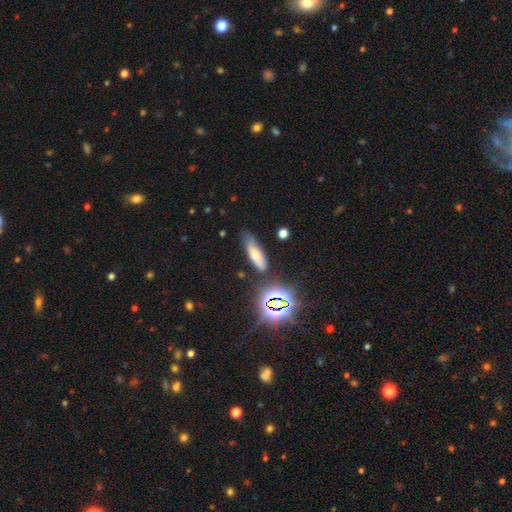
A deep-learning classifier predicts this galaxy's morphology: Overall: smooth (62%). How rounded: cigar-shaped (48%; in between 47%). Merging: none (63%).